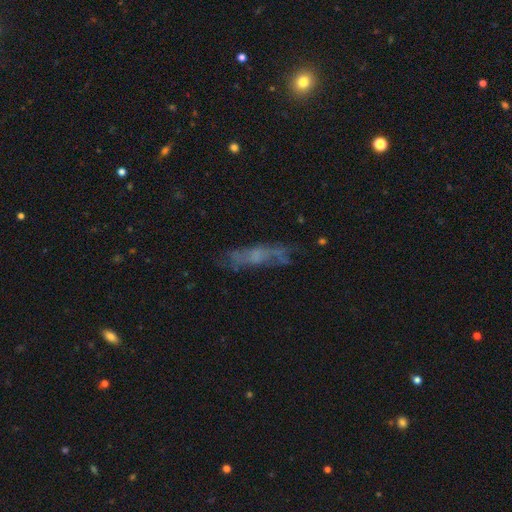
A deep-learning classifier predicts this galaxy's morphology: Smooth or featured? Predicted: featured or disk (p=0.51). Edge-on disk? Predicted: no (p=0.64). Merging? Predicted: none (p=0.61).